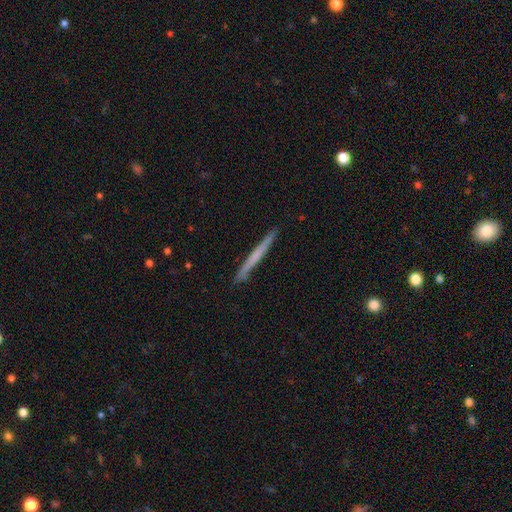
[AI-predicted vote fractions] A smooth galaxy with no disk features (48%).

Vote fractions:
- Smooth or featured? smooth: 48% / featured or disk: 47% / star or artifact: 5%
- Merging? none: 91% / minor disturbance: 7% / major disturbance: 1% / merger: 1%